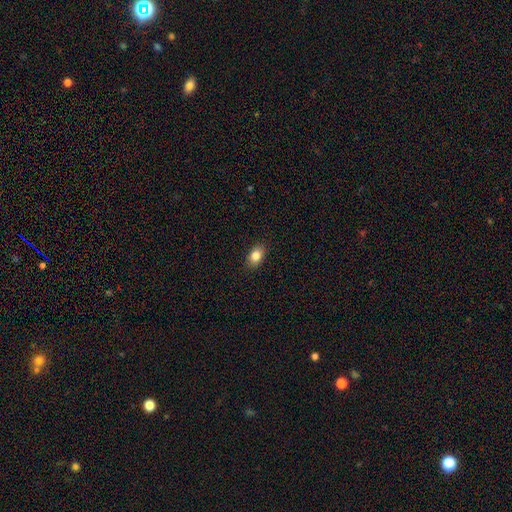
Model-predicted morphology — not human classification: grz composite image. It shows a smooth galaxy with no disk features (83%) that is in between round and cigar-shaped (87%). Merging: none (88%).